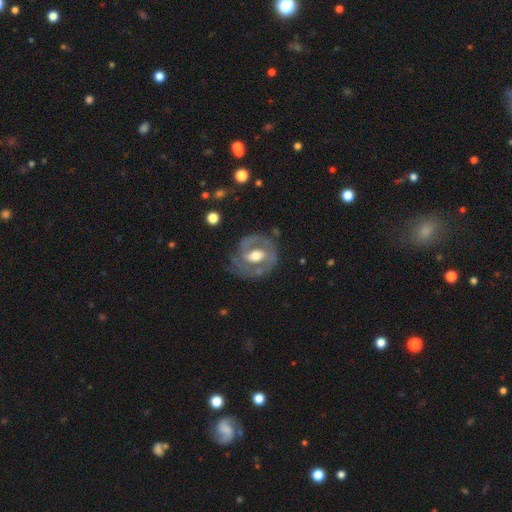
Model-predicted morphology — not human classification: This appears to be a featured or disk galaxy (75%) with a weak bar (41%), spiral arms (67%) and a moderate central bulge (69%). Merging: none (64%).